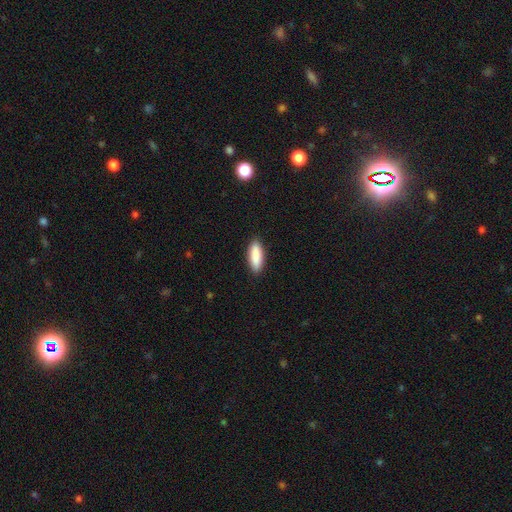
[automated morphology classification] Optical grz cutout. It shows a smooth galaxy with no disk features (89%) that is in between round and cigar-shaped (63%). Merging: none (89%).